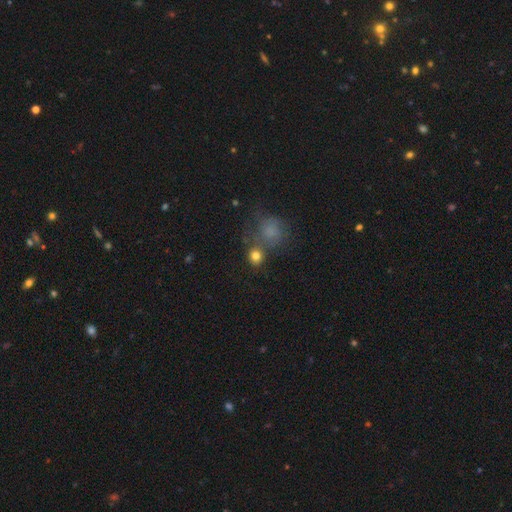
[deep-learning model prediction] Overall: smooth (79%). How rounded: round (83%). Merging: none (61%; merger 22%).